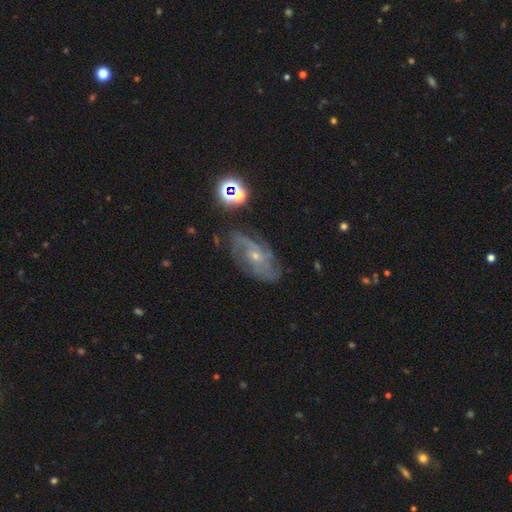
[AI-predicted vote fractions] This is likely a featured or disk galaxy (80%). It is clearly not viewed edge-on (95%). Bar: likely no (69%). Spiral arm pattern: clearly yes (94%). Spiral arm count: marginally 2 (33%). Spiral winding: marginally medium (43%). Central bulge: likely small (71%). Merging: likely none (68%).